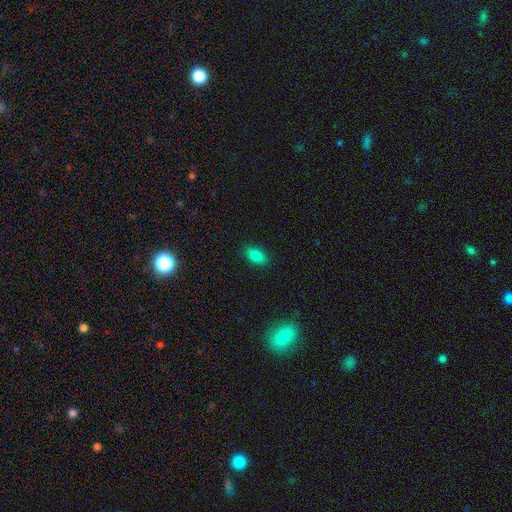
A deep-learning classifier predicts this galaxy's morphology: This appears to be a smooth galaxy with no disk features (84%) that is in between round and cigar-shaped (91%). Merging: none (87%).